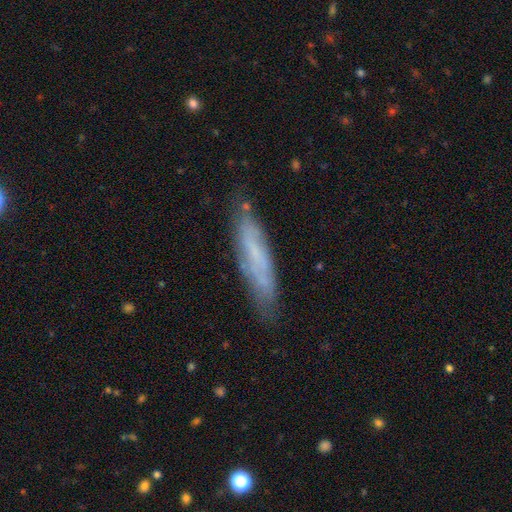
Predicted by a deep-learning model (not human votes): A featured or disk galaxy (46%, tied with smooth). Merging: none (73%).